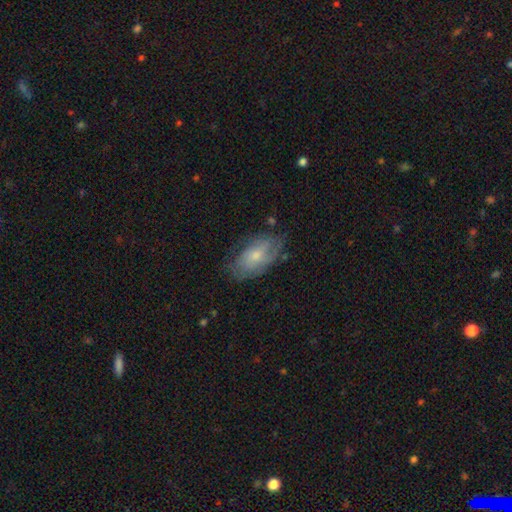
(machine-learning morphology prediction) This appears to be a featured or disk galaxy (49%). Merging: none (62%).